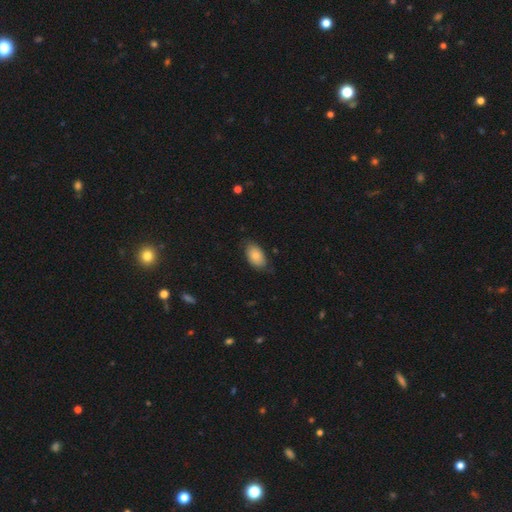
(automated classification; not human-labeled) A smooth galaxy with no disk features (83%) that is in between round and cigar-shaped (94%).

Vote fractions:
- Smooth or featured? smooth: 83% / featured or disk: 10% / star or artifact: 7%
- How rounded? in between: 94% / round: 5% / cigar-shaped: 2%
- Merging? none: 74% / minor disturbance: 21% / major disturbance: 4% / merger: 1%